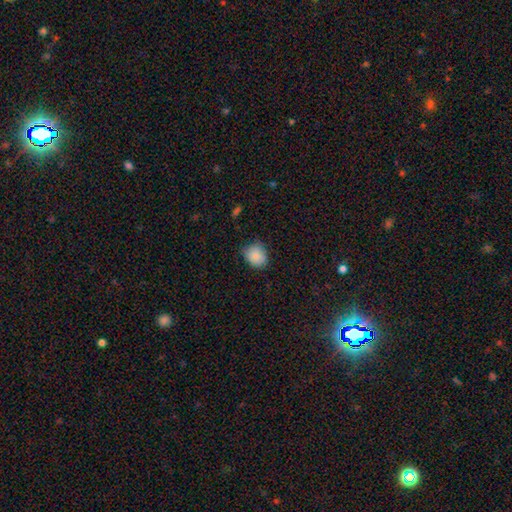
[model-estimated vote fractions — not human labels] Morphology: type=smooth (86%); roundness=round (62%); merging=none (70%).